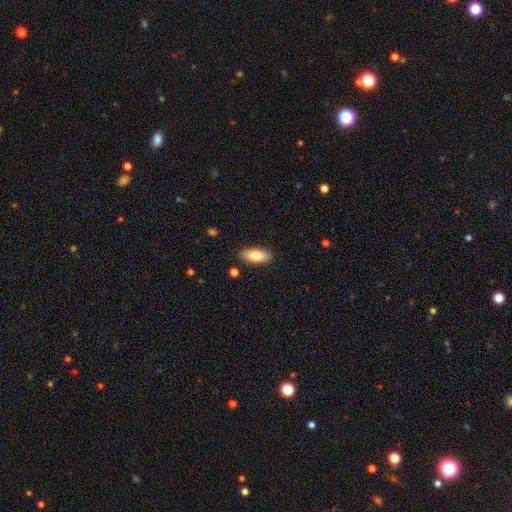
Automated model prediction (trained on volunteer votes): Smooth or featured? smooth (80%)
How rounded? in between (81%)
Merging? none (87%)